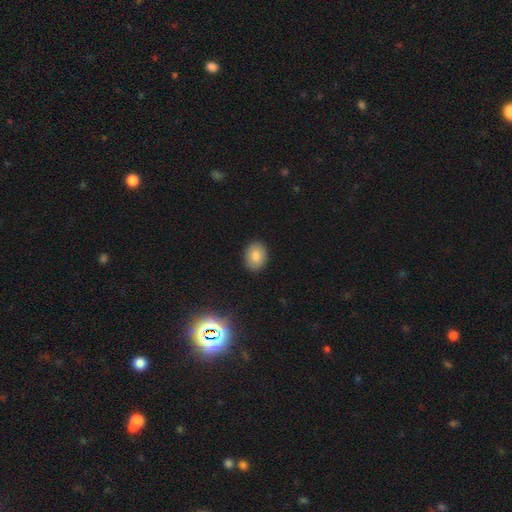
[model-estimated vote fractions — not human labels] Morphology: type=smooth (80%); roundness=in between (63%); merging=none (90%).